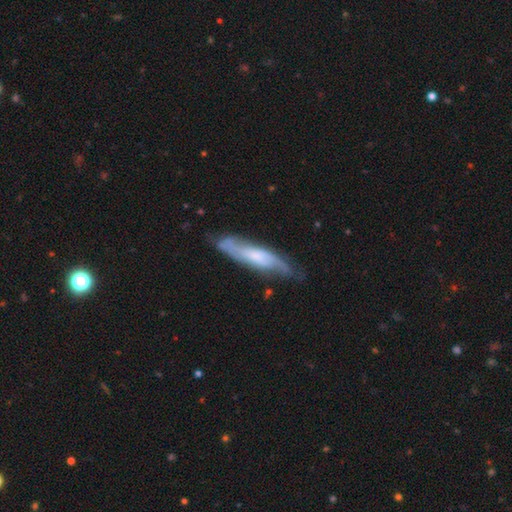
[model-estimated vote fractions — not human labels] Smooth or featured?
  - featured or disk: 68% *
  - smooth: 26%
  - star or artifact: 6%
Edge-on disk?
  - no: 61% *
  - yes: 39%
Merging?
  - none: 68% *
  - minor disturbance: 23%
  - major disturbance: 7%
  - merger: 2%